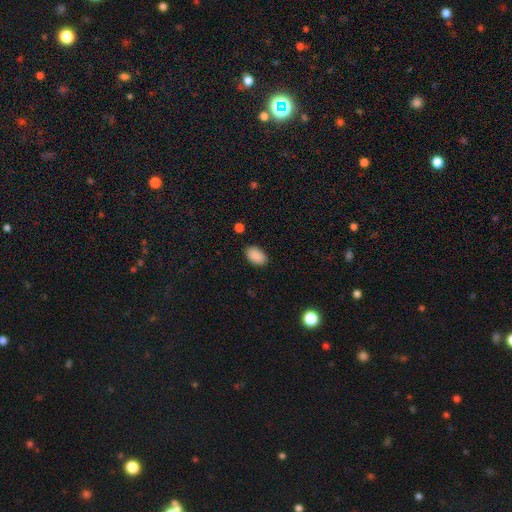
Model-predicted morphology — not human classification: This is clearly a smooth galaxy (90%). How rounded: clearly in between (92%). Merging: clearly none (87%).